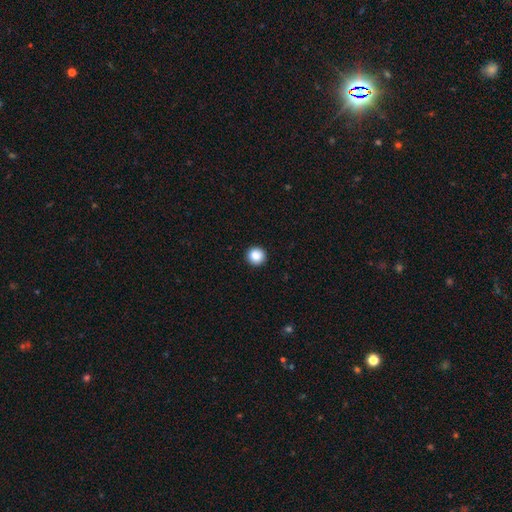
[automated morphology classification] smooth 87%, star or artifact 10%, featured or disk 3%. Down the decision tree: how rounded — round (96%); merging — none (94%).